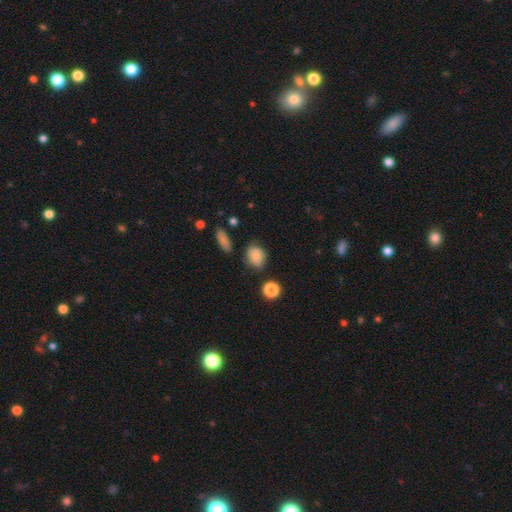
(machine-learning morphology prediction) This appears to be a smooth galaxy with no disk features (80%) that is round (55%). Merging: none (68%).